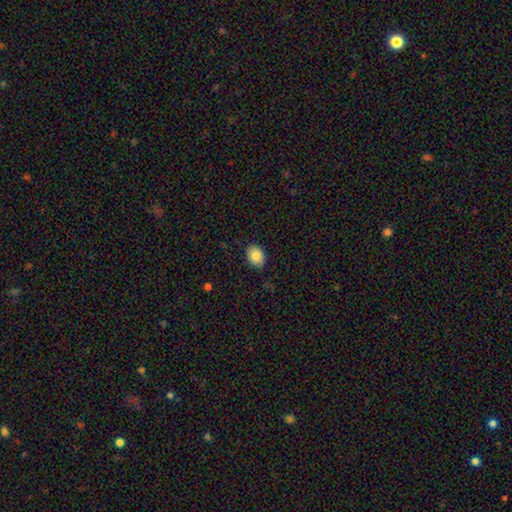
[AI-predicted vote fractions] smooth 86%, star or artifact 8%, featured or disk 7%. Down the decision tree: how rounded — in between (74%); merging — none (86%).